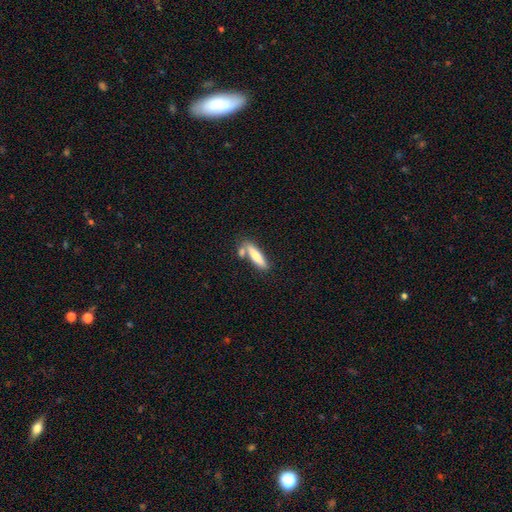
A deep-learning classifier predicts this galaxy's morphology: A smooth galaxy with no disk features (72%) that is cigar-shaped (72%).

Vote fractions:
- Smooth or featured? smooth: 72% / featured or disk: 23% / star or artifact: 6%
- How rounded? cigar-shaped: 72% / in between: 26% / round: 2%
- Merging? none: 61% / merger: 22% / minor disturbance: 13% / major disturbance: 4%